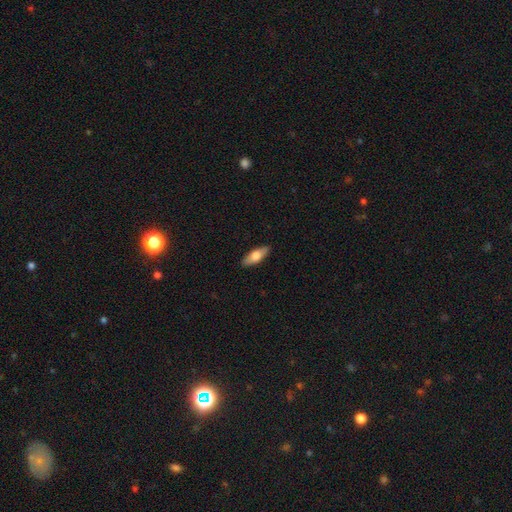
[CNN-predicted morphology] Smooth or featured? smooth (63%)
How rounded? in between (62%)
Merging? none (89%)